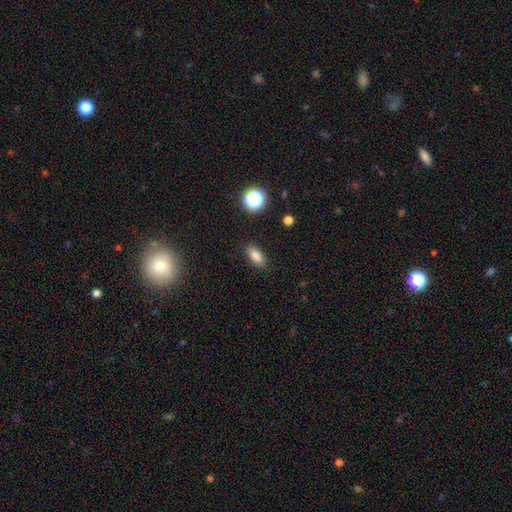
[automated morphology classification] Smooth or featured?
  - smooth: 83% *
  - star or artifact: 11%
  - featured or disk: 6%
How rounded?
  - in between: 81% *
  - cigar-shaped: 13%
  - round: 6%
Merging?
  - none: 87% *
  - minor disturbance: 9%
  - major disturbance: 3%
  - merger: 1%